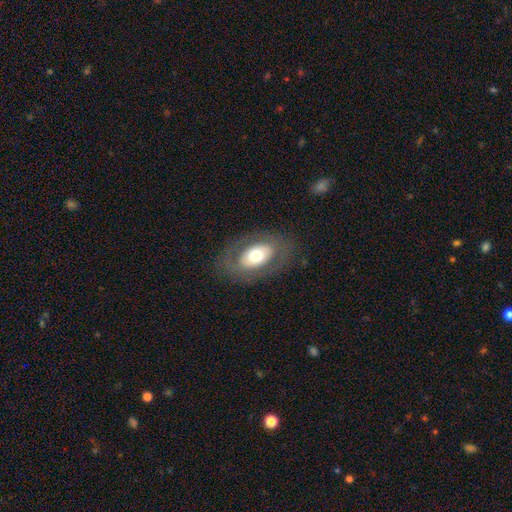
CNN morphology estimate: Smooth or featured? smooth (51%)
How rounded? in between (87%)
Merging? none (80%)